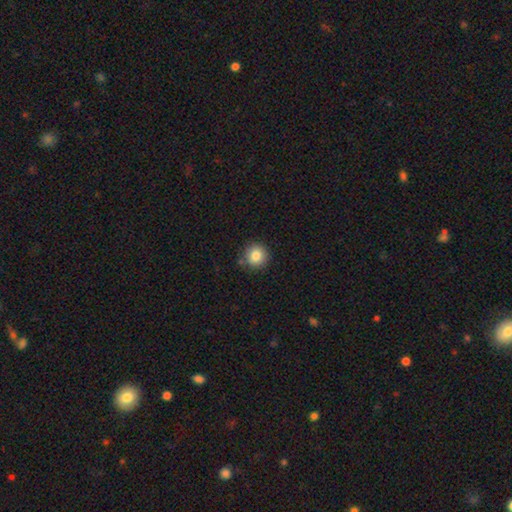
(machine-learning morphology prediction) The model was most divided on "smooth or featured": smooth: 84%, star or artifact: 10%, featured or disk: 6%. More confident: how rounded — round (93%); merging — none (86%).